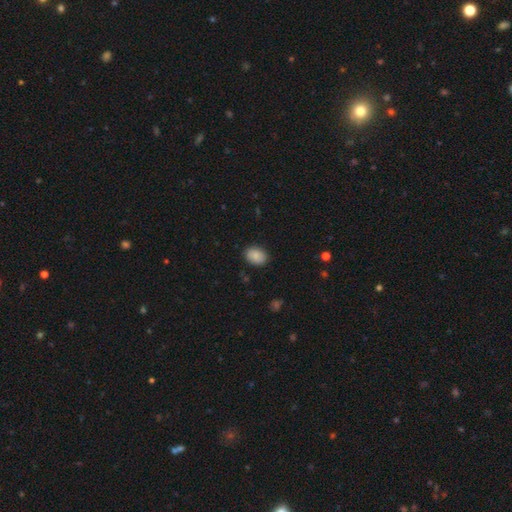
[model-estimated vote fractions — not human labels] Morphology: type=smooth (85%); roundness=in between (68%); merging=none (86%).